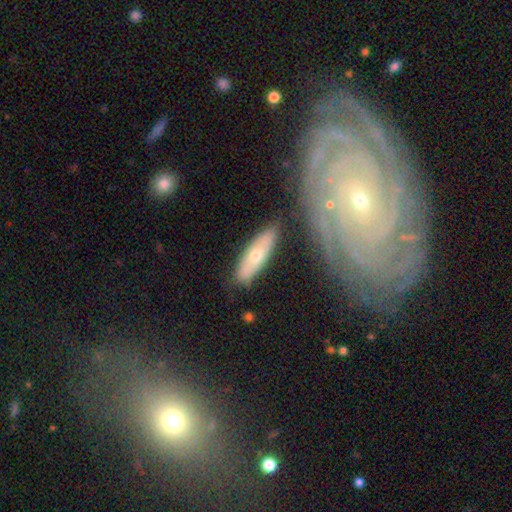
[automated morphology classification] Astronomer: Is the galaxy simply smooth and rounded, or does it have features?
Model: smooth — 53% (runner-up: featured or disk, 41%).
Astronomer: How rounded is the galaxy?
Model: cigar-shaped — 50% (runner-up: in between, 48%).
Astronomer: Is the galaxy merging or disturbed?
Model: none — 79%.